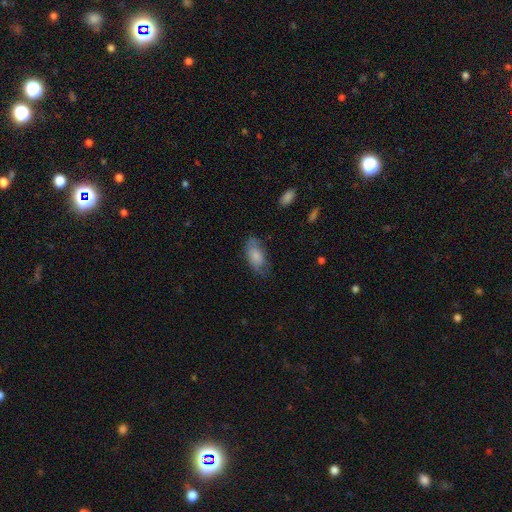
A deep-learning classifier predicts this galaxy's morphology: A smooth galaxy with no disk features (79%) that is in between round and cigar-shaped (89%). Merging: none (67%).